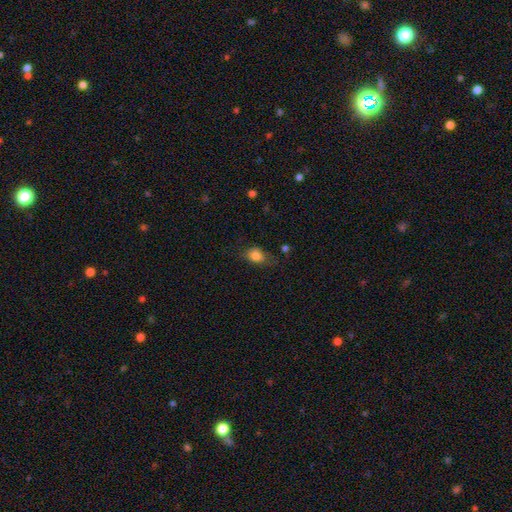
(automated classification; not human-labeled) Smooth or featured?
  - smooth: 81% *
  - star or artifact: 9%
  - featured or disk: 9%
How rounded?
  - in between: 71% *
  - round: 27%
  - cigar-shaped: 3%
Merging?
  - none: 55% *
  - minor disturbance: 30%
  - major disturbance: 13%
  - merger: 3%